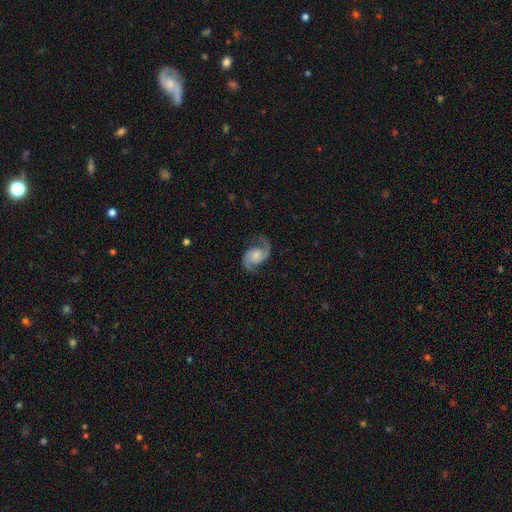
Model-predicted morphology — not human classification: smooth-or-featured: featured or disk: 87% | smooth: 8% | star or artifact: 5%
  disk-edge-on: no: 98% | yes: 2%
    bar: no: 60% | weak: 33% | strong: 7%
    has-spiral-arms: yes: 97% | no: 3%
      spiral-winding: medium: 52% | loose: 30% | tight: 17%
      spiral-arm-count: 2: 93% | 1: 2% | can't tell: 2% | 3: 1% | 4: 1% | more than 4: 1%
    bulge-size: moderate: 38% | small: 32% | none: 16% | large: 11% | dominant: 2%
  merging: none: 77% | minor disturbance: 15% | major disturbance: 7% | merger: 1%